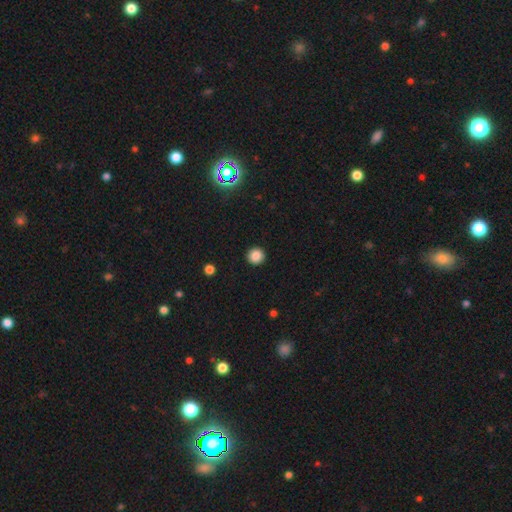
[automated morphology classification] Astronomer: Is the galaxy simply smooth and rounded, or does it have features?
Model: smooth — 86%.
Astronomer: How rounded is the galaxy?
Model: round — 94%.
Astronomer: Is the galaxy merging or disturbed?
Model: none — 92%.